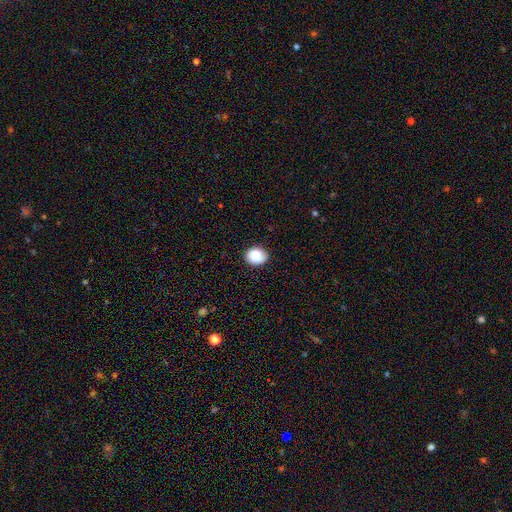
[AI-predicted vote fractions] Q: Smooth or featured?
A: smooth (86%); runner-up: star or artifact (9%)
Q: How rounded?
A: round (62%); runner-up: in between (37%)
Q: Merging?
A: none (84%); runner-up: minor disturbance (12%)